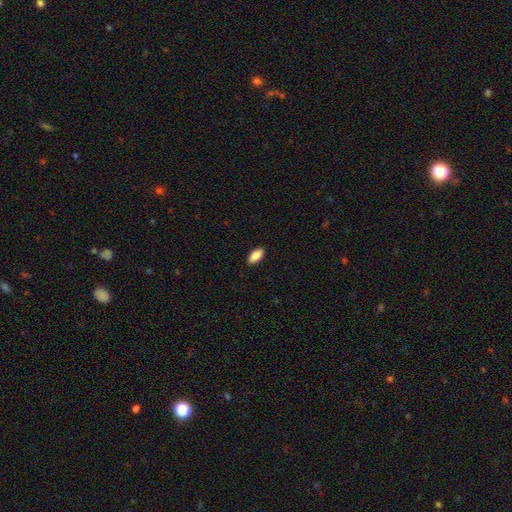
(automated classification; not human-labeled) smooth_or_featured: smooth (p=0.89) [alt: star or artifact p=0.06]
how_rounded: in between (p=0.91) [alt: cigar-shaped p=0.07]
merging: none (p=0.90) [alt: minor disturbance p=0.07]